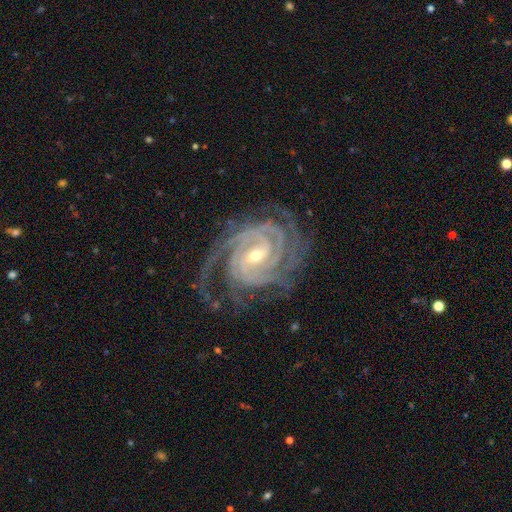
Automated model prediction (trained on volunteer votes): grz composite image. It shows a featured or disk galaxy (94%) with a weak bar (45%), 4 (29%) tight (76%) spiral arms (99%) and a small central bulge (57%). Merging: none (72%).